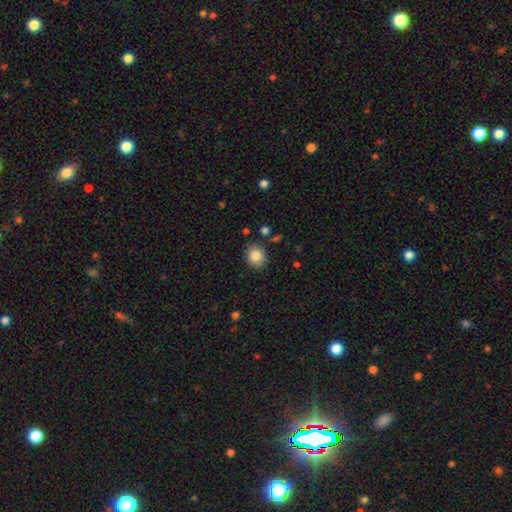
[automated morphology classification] smooth 83%, star or artifact 9%, featured or disk 8%. Down the decision tree: how rounded — round (65%); merging — none (85%).